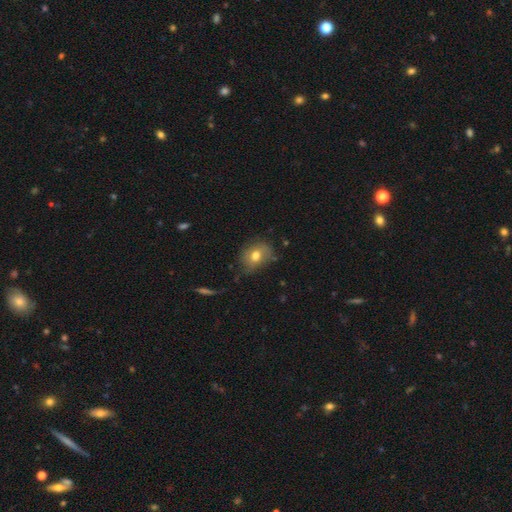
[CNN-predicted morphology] Q: Smooth or featured?
A: smooth (73%); runner-up: featured or disk (17%)
Q: How rounded?
A: in between (51%); runner-up: round (48%)
Q: Merging?
A: none (67%); runner-up: minor disturbance (24%)